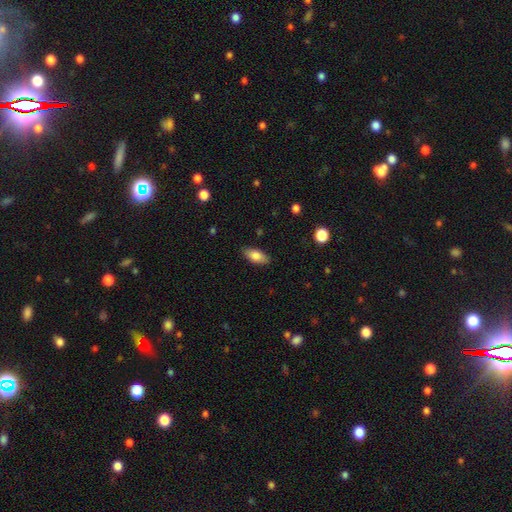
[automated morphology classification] Q: Smooth or featured?
A: smooth (80%); runner-up: featured or disk (13%)
Q: How rounded?
A: in between (86%); runner-up: cigar-shaped (11%)
Q: Merging?
A: none (86%); runner-up: minor disturbance (11%)